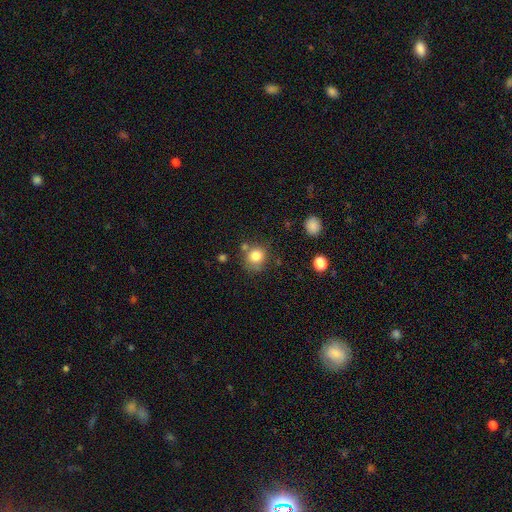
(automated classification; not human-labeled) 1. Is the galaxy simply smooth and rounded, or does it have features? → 81% smooth, 11% star or artifact, 8% featured or disk.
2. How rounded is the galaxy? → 82% round, 17% in between, 1% cigar-shaped.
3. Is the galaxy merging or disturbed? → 68% none, 16% minor disturbance, 11% merger, 5% major disturbance.